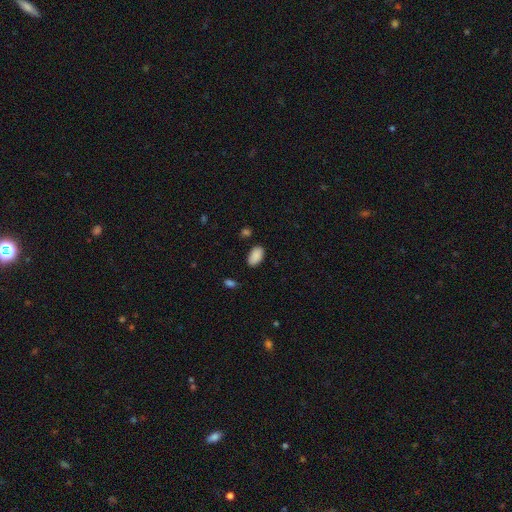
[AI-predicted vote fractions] This appears to be a smooth galaxy with no disk features (89%) that is in between round and cigar-shaped (95%). Merging: none (84%).